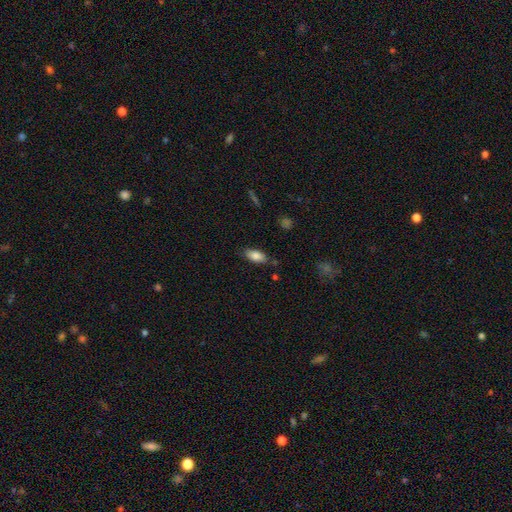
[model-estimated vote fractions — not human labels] A smooth galaxy with no disk features (82%) that is in between round and cigar-shaped (88%).

Vote fractions:
- Smooth or featured? smooth: 82% / featured or disk: 11% / star or artifact: 7%
- How rounded? in between: 88% / cigar-shaped: 9% / round: 3%
- Merging? none: 78% / minor disturbance: 16% / major disturbance: 3% / merger: 3%